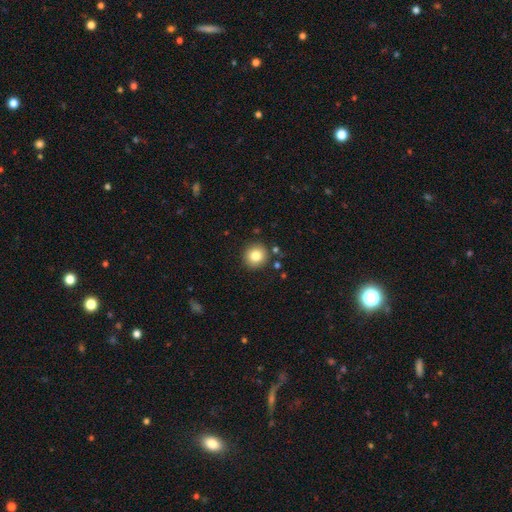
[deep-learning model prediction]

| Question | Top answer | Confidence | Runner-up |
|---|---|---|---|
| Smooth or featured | smooth | 83% | star or artifact (10%) |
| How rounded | round | 93% | in between (6%) |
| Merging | none | 89% | minor disturbance (7%) |